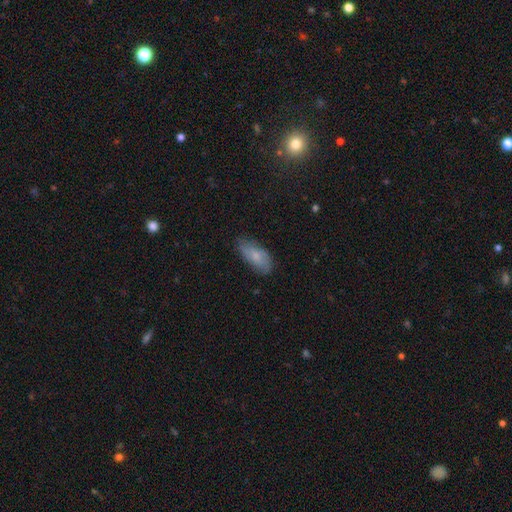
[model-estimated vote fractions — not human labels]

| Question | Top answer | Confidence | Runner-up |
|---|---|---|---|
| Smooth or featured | smooth | 72% | featured or disk (21%) |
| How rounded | in between | 83% | cigar-shaped (15%) |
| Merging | none | 66% | minor disturbance (26%) |